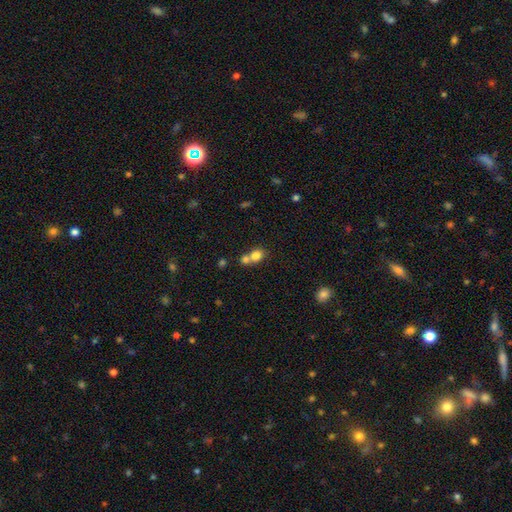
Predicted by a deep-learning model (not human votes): A smooth galaxy with no disk features (78%) that is round (66%). Merging: merger (54%).